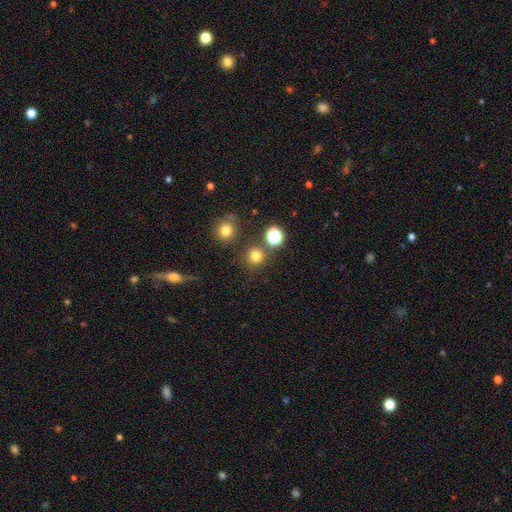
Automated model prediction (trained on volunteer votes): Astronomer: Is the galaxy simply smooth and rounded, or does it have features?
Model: smooth — 75%.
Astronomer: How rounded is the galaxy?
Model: round — 92%.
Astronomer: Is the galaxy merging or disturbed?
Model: none — 80%.